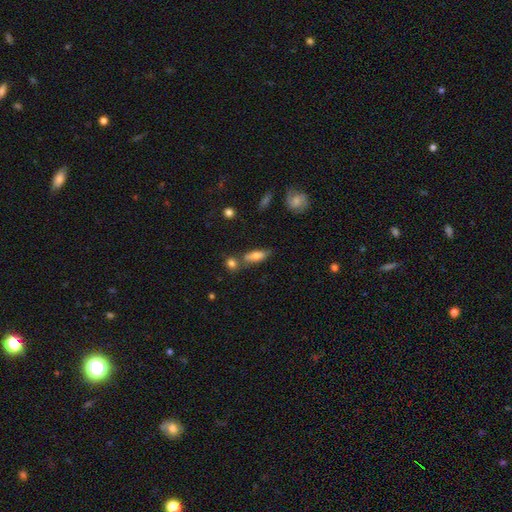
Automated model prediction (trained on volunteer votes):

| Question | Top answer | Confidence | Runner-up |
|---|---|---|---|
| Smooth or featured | smooth | 68% | featured or disk (24%) |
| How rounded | in between | 52% | cigar-shaped (45%) |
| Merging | none | 63% | merger (17%) |